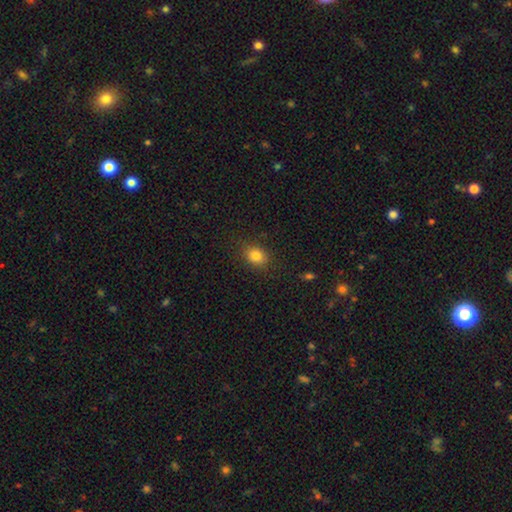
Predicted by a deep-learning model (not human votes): The model was most divided on "how rounded": round: 50%, in between: 49%, cigar-shaped: 1%. More confident: merging — none (84%); smooth or featured — smooth (82%).